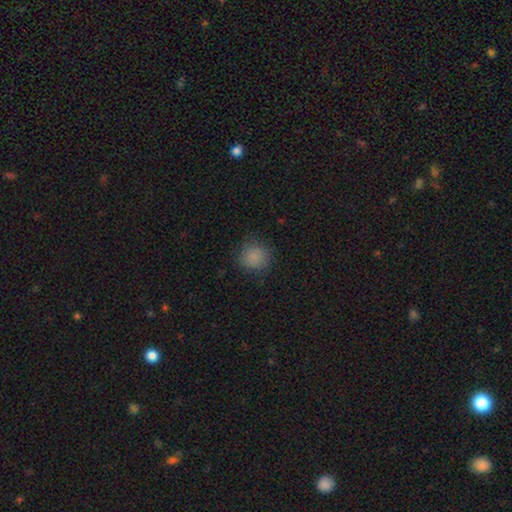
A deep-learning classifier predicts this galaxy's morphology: Smooth or featured? Predicted: smooth (p=0.84). How rounded? Predicted: round (p=0.88). Merging? Predicted: none (p=0.83).